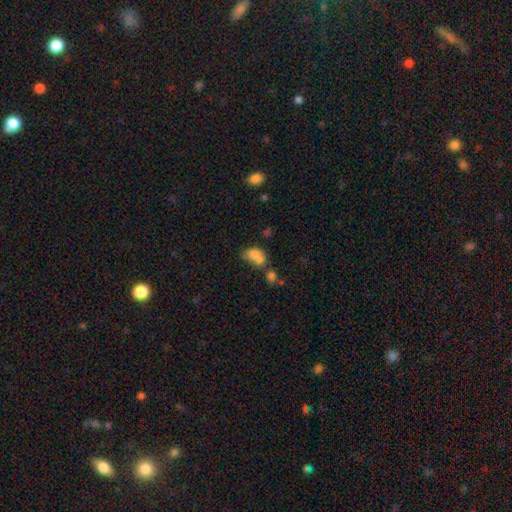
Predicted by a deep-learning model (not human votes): This is likely a smooth galaxy (71%). How rounded: likely in between (66%). Merging: likely merger (60%).